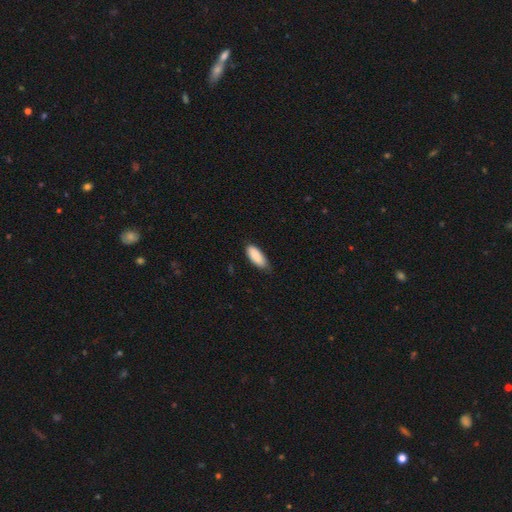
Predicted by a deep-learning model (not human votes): Smooth or featured?
  - smooth: 88% *
  - featured or disk: 6%
  - star or artifact: 6%
How rounded?
  - in between: 83% *
  - cigar-shaped: 15%
  - round: 2%
Merging?
  - none: 72% *
  - minor disturbance: 24%
  - major disturbance: 3%
  - merger: 1%